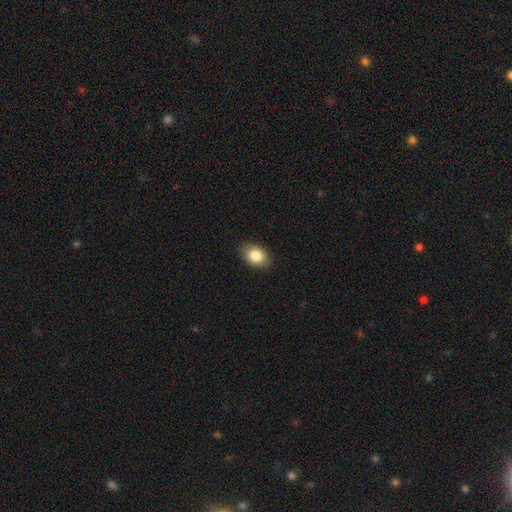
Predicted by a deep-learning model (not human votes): Smooth or featured? Predicted: smooth (p=0.85). How rounded? Predicted: in between (p=0.86). Merging? Predicted: none (p=0.88).